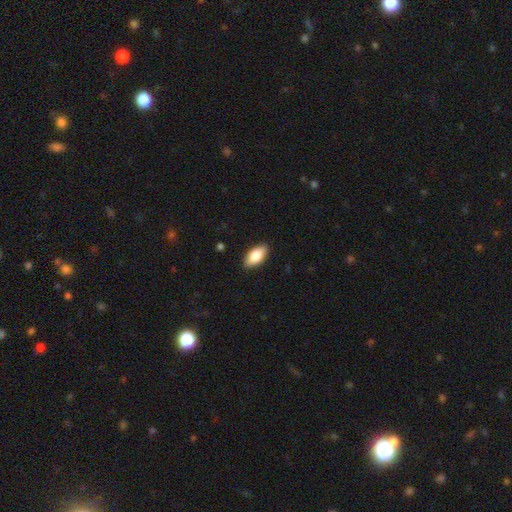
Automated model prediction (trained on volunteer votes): This appears to be a smooth galaxy with no disk features (82%) that is in between round and cigar-shaped (90%). Merging: none (89%).